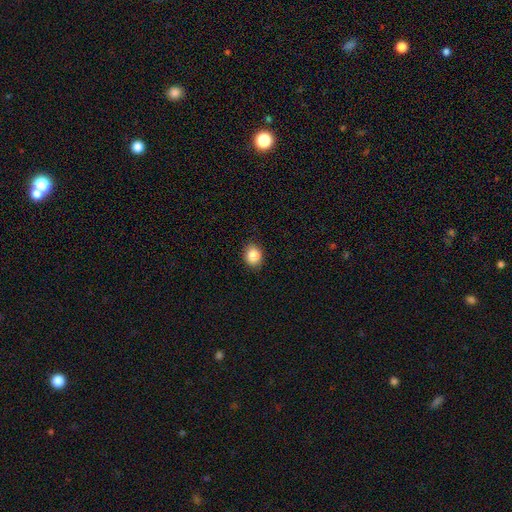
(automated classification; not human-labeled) smooth-or-featured: smooth: 86% | star or artifact: 9% | featured or disk: 5%
  how-rounded: round: 57% | in between: 42% | cigar-shaped: 1%
  merging: none: 87% | minor disturbance: 10% | major disturbance: 2% | merger: 1%